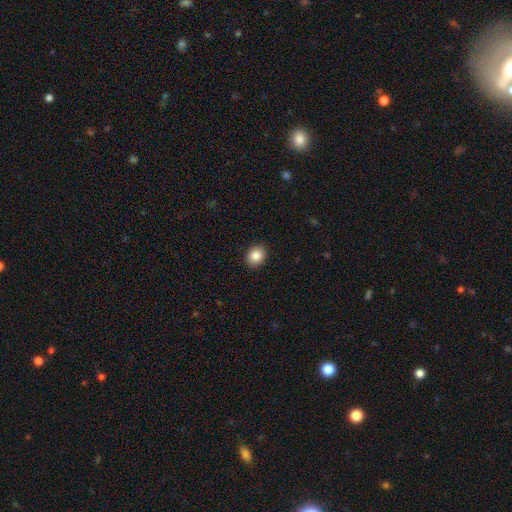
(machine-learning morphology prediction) Smooth or featured? Predicted: smooth (p=0.86). How rounded? Predicted: round (p=0.59). Merging? Predicted: none (p=0.91).